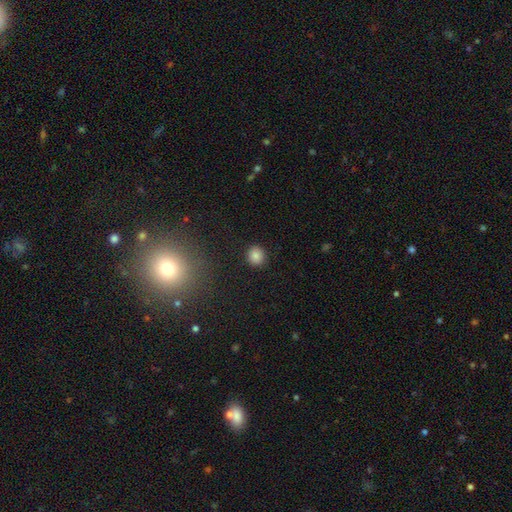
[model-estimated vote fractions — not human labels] smooth 85%, star or artifact 11%, featured or disk 4%. Down the decision tree: how rounded — round (84%); merging — none (90%).